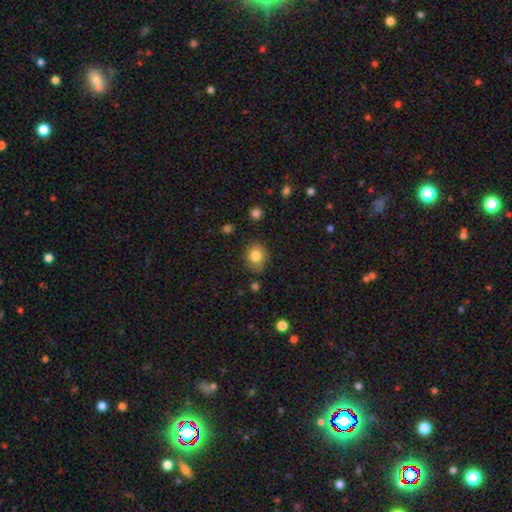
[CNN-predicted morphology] Smooth or featured?
  - smooth: 82% *
  - star or artifact: 10%
  - featured or disk: 9%
How rounded?
  - round: 69% *
  - in between: 30%
  - cigar-shaped: 1%
Merging?
  - none: 81% *
  - minor disturbance: 14%
  - major disturbance: 3%
  - merger: 2%